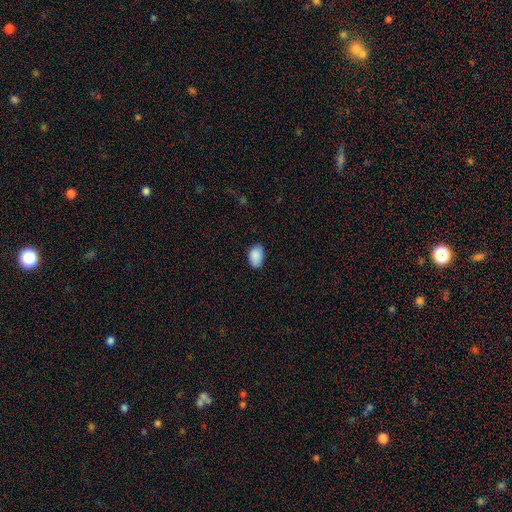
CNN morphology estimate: A smooth galaxy with no disk features (90%) that is in between round and cigar-shaped (91%).

Vote fractions:
- Smooth or featured? smooth: 90% / star or artifact: 7% / featured or disk: 4%
- How rounded? in between: 91% / round: 7% / cigar-shaped: 1%
- Merging? none: 81% / minor disturbance: 15% / major disturbance: 2% / merger: 1%